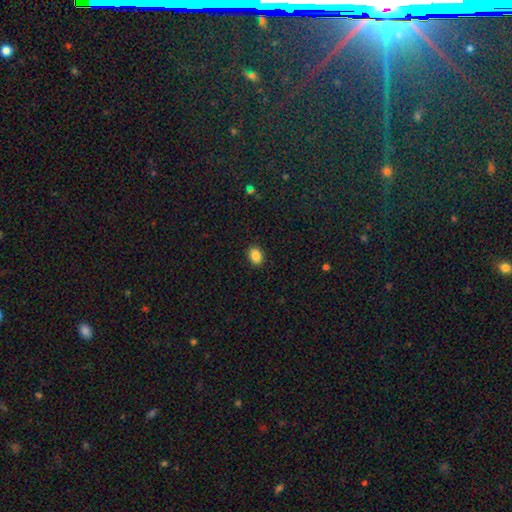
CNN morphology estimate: Smooth or featured? smooth (86%)
How rounded? in between (64%)
Merging? none (90%)